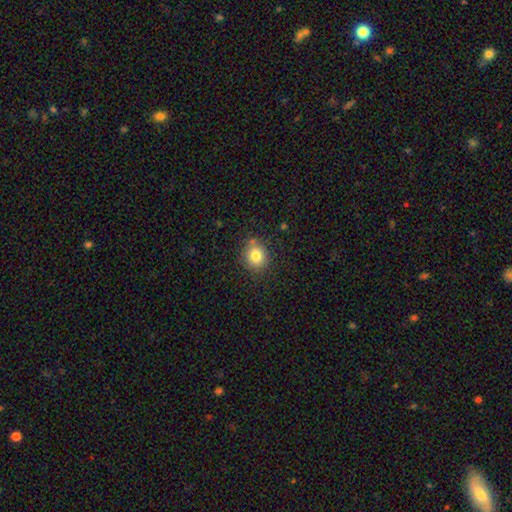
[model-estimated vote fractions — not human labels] Morphology: type=smooth (80%); roundness=round (80%); merging=none (82%).